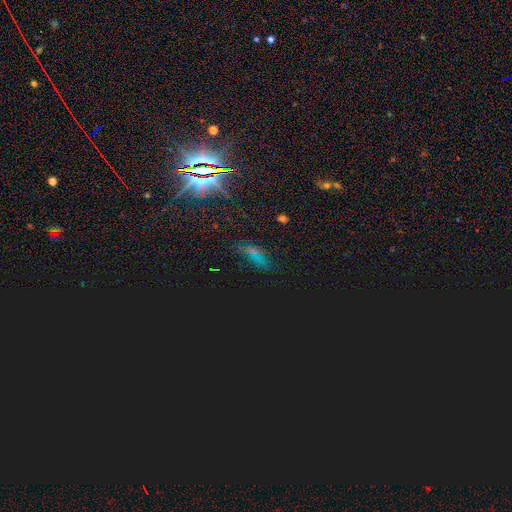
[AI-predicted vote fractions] Q: Smooth or featured?
A: star or artifact (51%); runner-up: smooth (33%)